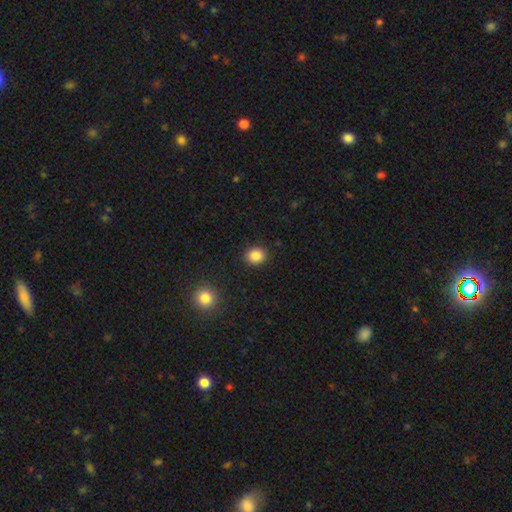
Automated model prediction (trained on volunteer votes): smooth-or-featured: smooth: 86% | star or artifact: 10% | featured or disk: 4%
  how-rounded: round: 66% | in between: 33% | cigar-shaped: 1%
  merging: none: 90% | minor disturbance: 7% | major disturbance: 2% | merger: 1%